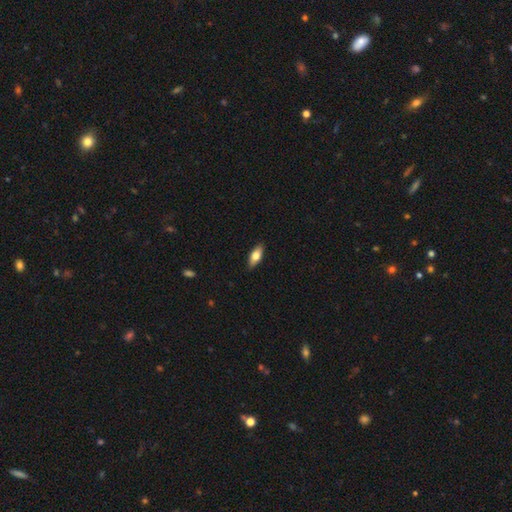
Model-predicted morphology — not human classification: Smooth or featured? Predicted: smooth (p=0.67). How rounded? Predicted: in between (p=0.74). Merging? Predicted: none (p=0.88).